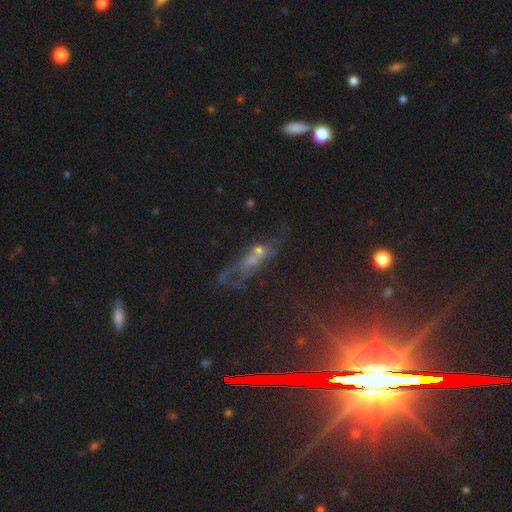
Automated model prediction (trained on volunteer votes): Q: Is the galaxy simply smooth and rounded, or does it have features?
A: featured or disk — 47%.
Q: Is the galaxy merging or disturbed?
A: none — 39%.